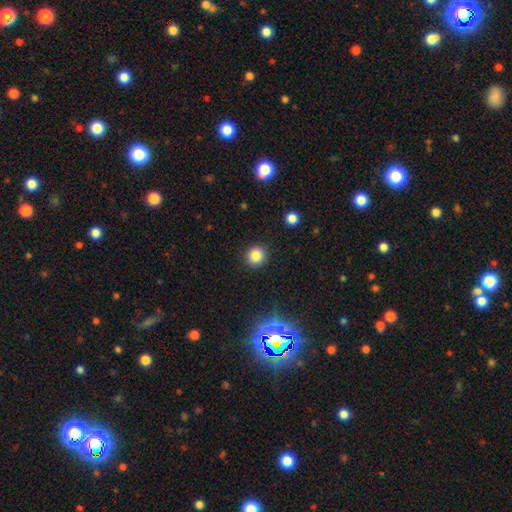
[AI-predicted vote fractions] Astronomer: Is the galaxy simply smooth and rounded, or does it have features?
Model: smooth — 83%.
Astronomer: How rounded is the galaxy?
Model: round — 92%.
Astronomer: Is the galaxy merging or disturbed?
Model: none — 91%.